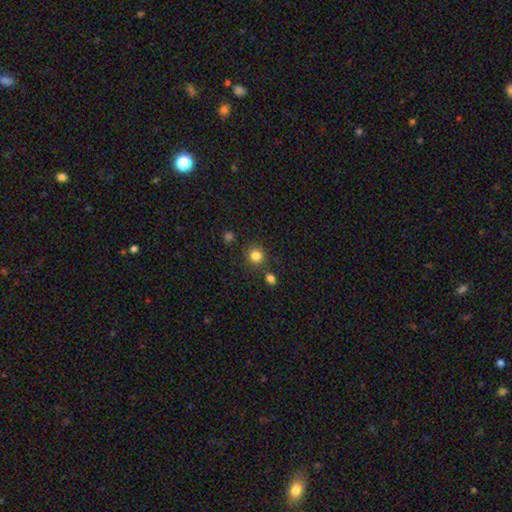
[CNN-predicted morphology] Smooth or featured: smooth — 82% (star or artifact — 13%)
How rounded: round — 91% (in between — 8%)
Merging: none — 82% (minor disturbance — 8%)